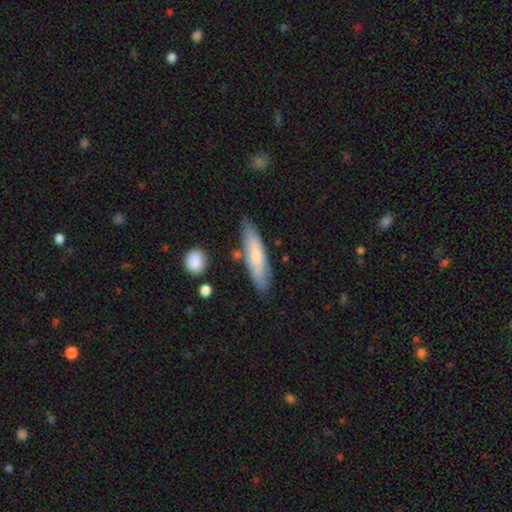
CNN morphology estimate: smooth_or_featured: smooth (p=0.65) [alt: featured or disk p=0.29]
how_rounded: cigar-shaped (p=0.70) [alt: in between p=0.28]
merging: none (p=0.77) [alt: minor disturbance p=0.16]